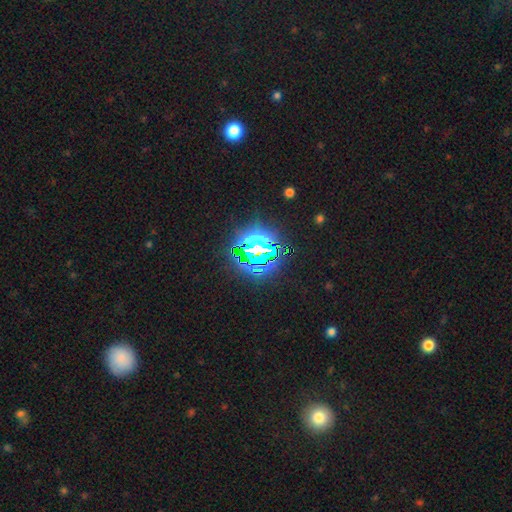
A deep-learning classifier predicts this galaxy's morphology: A star or artifact, not a galaxy (75%).